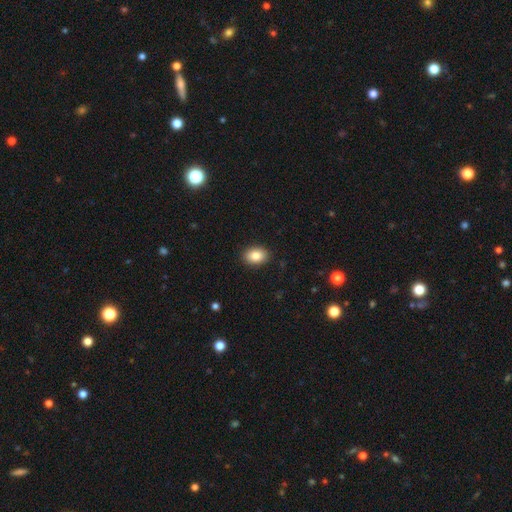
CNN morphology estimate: smooth_or_featured: smooth (p=0.85) [alt: star or artifact p=0.08]
how_rounded: in between (p=0.78) [alt: round p=0.21]
merging: none (p=0.90) [alt: minor disturbance p=0.07]